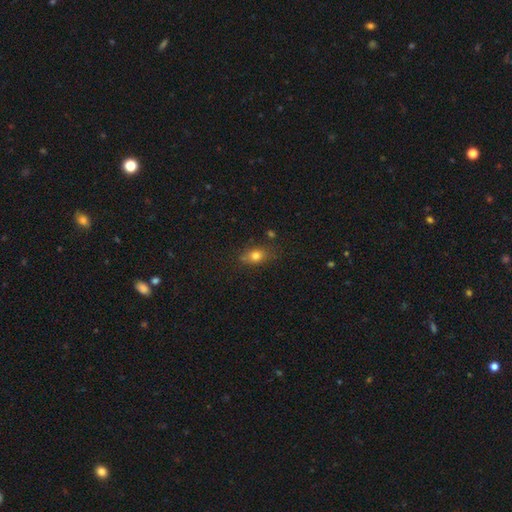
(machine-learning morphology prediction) smooth-or-featured: smooth: 77% | star or artifact: 12% | featured or disk: 11%
  how-rounded: in between: 63% | round: 32% | cigar-shaped: 4%
  merging: none: 71% | minor disturbance: 20% | major disturbance: 5% | merger: 4%